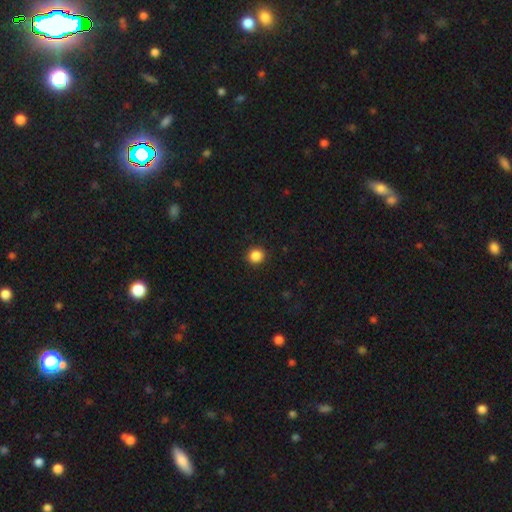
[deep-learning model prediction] The model was most divided on "smooth or featured": smooth: 87%, star or artifact: 10%, featured or disk: 3%. More confident: merging — none (92%); how rounded — round (88%).